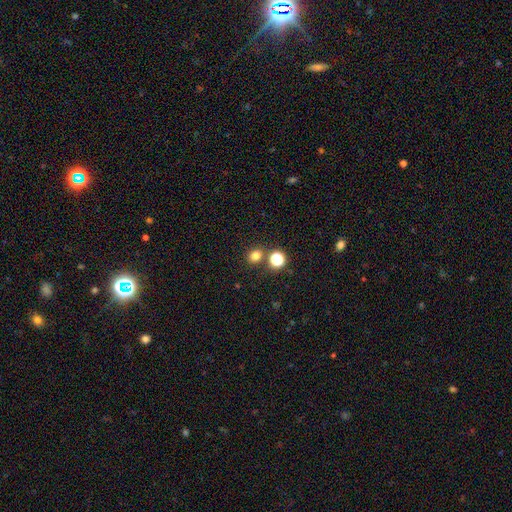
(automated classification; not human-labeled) smooth-or-featured: smooth: 77% | star or artifact: 18% | featured or disk: 5%
  how-rounded: round: 75% | in between: 24% | cigar-shaped: 1%
  merging: none: 79% | merger: 11% | minor disturbance: 7% | major disturbance: 3%